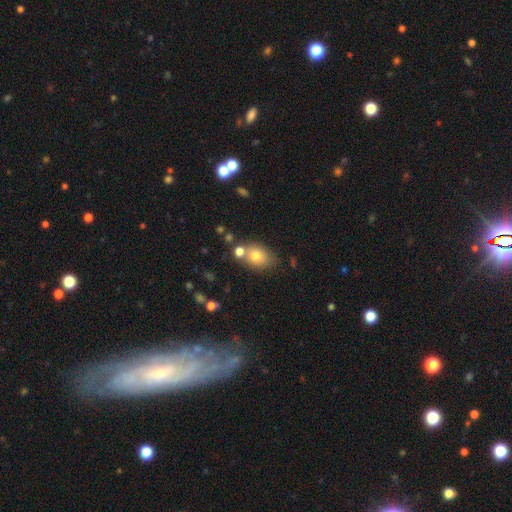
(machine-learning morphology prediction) The model was most divided on "how rounded": in between: 64%, round: 34%, cigar-shaped: 1%. More confident: smooth or featured — smooth (76%); merging — none (59%).